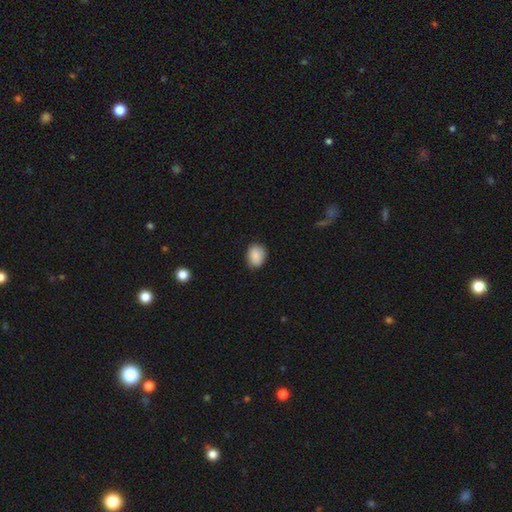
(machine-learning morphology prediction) Smooth or featured? smooth (89%)
How rounded? in between (63%)
Merging? none (84%)